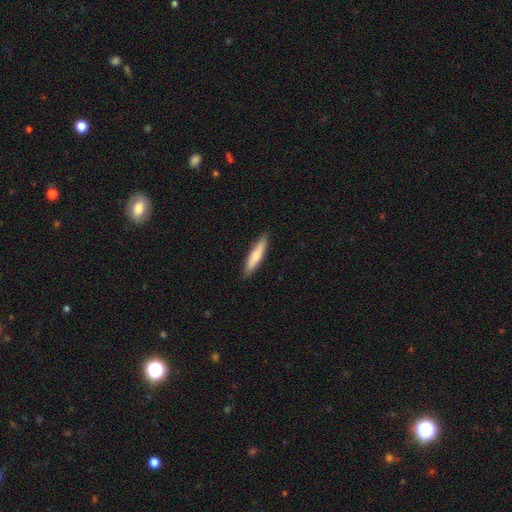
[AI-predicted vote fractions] smooth-or-featured: smooth: 76% | featured or disk: 19% | star or artifact: 5%
  how-rounded: cigar-shaped: 85% | in between: 13% | round: 1%
  merging: none: 89% | minor disturbance: 8% | major disturbance: 2% | merger: 1%